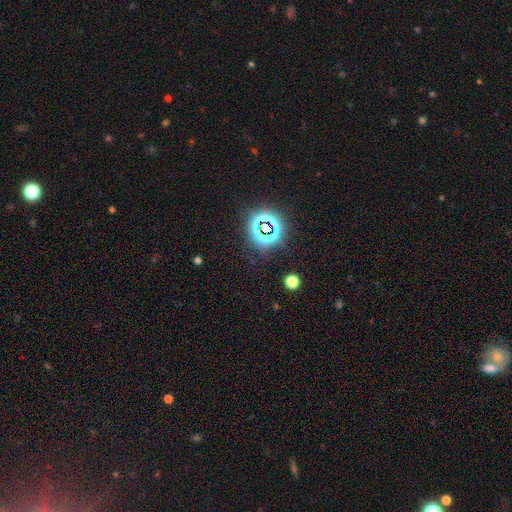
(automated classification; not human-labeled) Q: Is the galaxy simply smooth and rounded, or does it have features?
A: star or artifact — 81%.